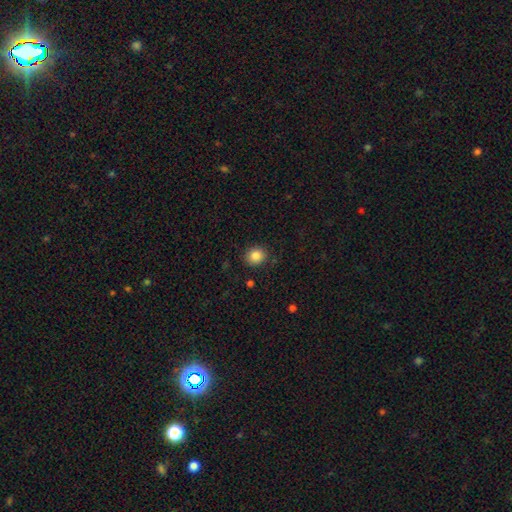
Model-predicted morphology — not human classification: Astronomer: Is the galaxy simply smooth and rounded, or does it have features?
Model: smooth — 85%.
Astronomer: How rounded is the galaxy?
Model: round — 79%.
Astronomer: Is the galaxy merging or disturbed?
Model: none — 88%.